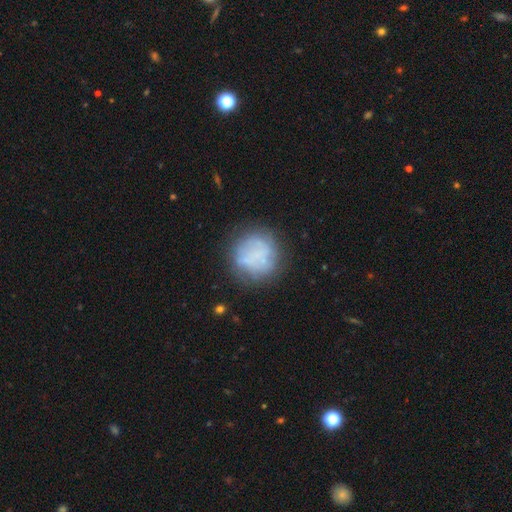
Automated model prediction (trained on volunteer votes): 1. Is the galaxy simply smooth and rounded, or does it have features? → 49% smooth, 39% featured or disk, 11% star or artifact.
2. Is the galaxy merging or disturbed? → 64% none, 19% minor disturbance, 12% major disturbance, 4% merger.